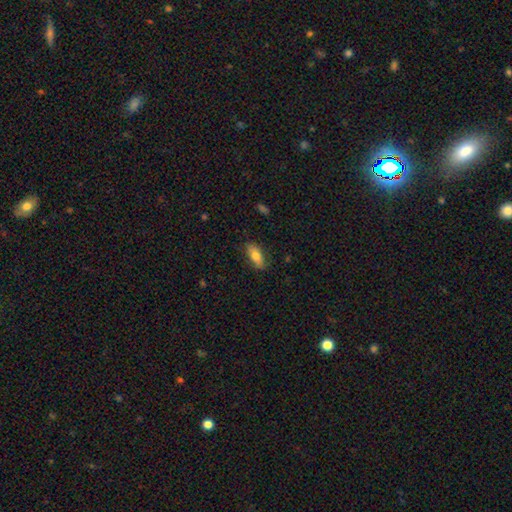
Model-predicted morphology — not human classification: Smooth or featured: smooth — 76% (featured or disk — 17%)
How rounded: in between — 80% (cigar-shaped — 17%)
Merging: none — 81% (minor disturbance — 15%)